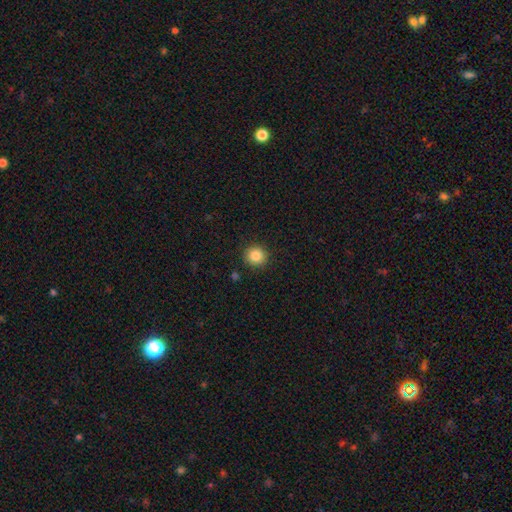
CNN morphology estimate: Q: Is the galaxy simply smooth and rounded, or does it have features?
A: smooth — 86%.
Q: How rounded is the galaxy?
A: round — 93%.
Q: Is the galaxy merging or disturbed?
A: none — 91%.